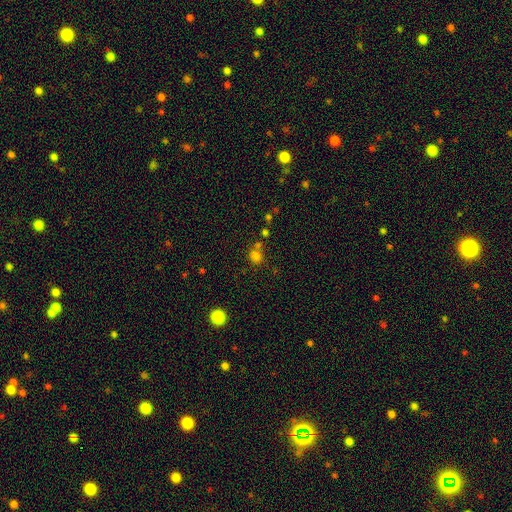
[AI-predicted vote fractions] Smooth or featured?
  - smooth: 74% *
  - star or artifact: 19%
  - featured or disk: 7%
How rounded?
  - round: 77% *
  - in between: 22%
  - cigar-shaped: 1%
Merging?
  - none: 62% *
  - merger: 24%
  - minor disturbance: 10%
  - major disturbance: 4%